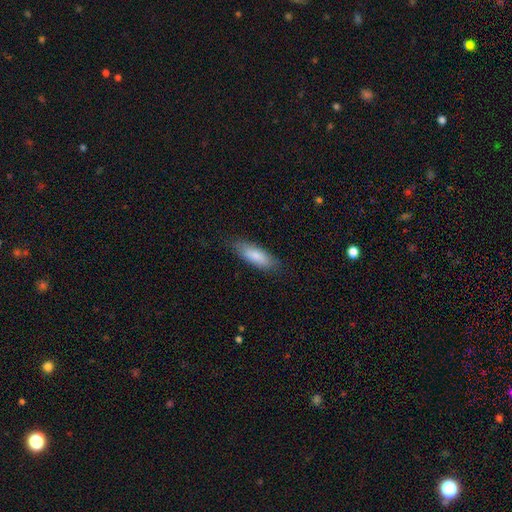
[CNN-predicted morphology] smooth_or_featured: smooth (p=0.81) [alt: featured or disk p=0.13]
how_rounded: in between (p=0.64) [alt: cigar-shaped p=0.34]
merging: none (p=0.81) [alt: minor disturbance p=0.14]